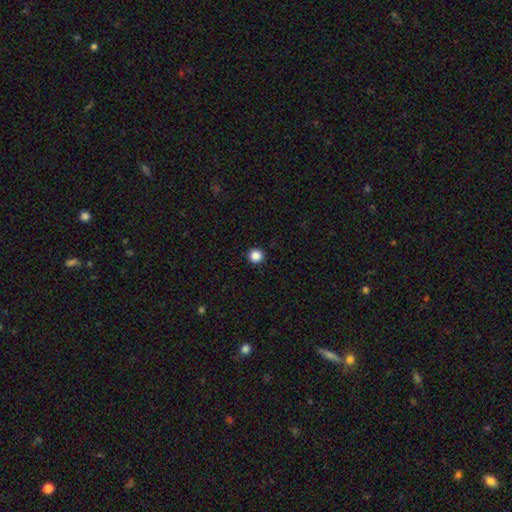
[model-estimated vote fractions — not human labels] A smooth galaxy with no disk features (87%) that is round (96%).

Vote fractions:
- Smooth or featured? smooth: 87% / star or artifact: 11% / featured or disk: 3%
- How rounded? round: 96% / in between: 3% / cigar-shaped: 1%
- Merging? none: 93% / minor disturbance: 4% / major disturbance: 1% / merger: 1%